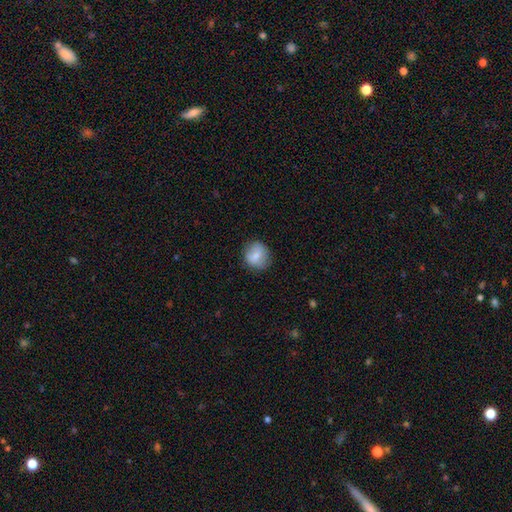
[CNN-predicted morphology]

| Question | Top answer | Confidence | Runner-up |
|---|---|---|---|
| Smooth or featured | smooth | 75% | featured or disk (17%) |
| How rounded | round | 80% | in between (19%) |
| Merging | none | 79% | minor disturbance (15%) |